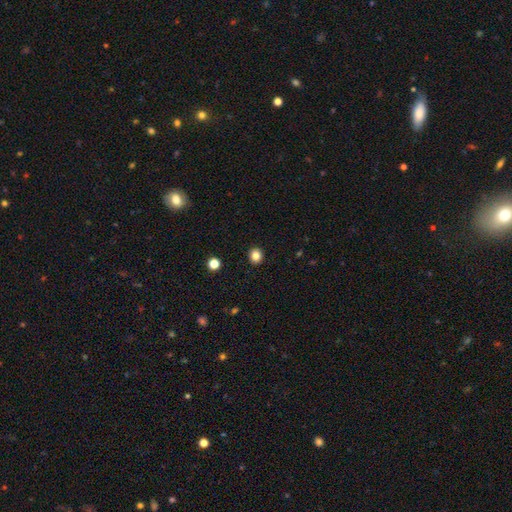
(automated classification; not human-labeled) Morphology: type=smooth (84%); roundness=round (81%); merging=none (92%).